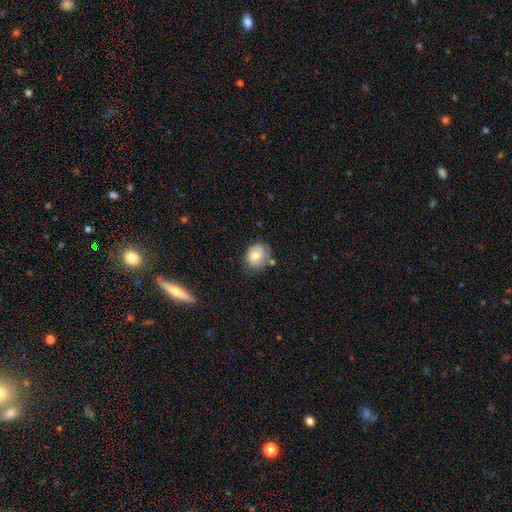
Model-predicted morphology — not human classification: The model was most divided on "how rounded": round: 61%, in between: 38%, cigar-shaped: 1%. More confident: smooth or featured — smooth (71%); merging — none (63%).